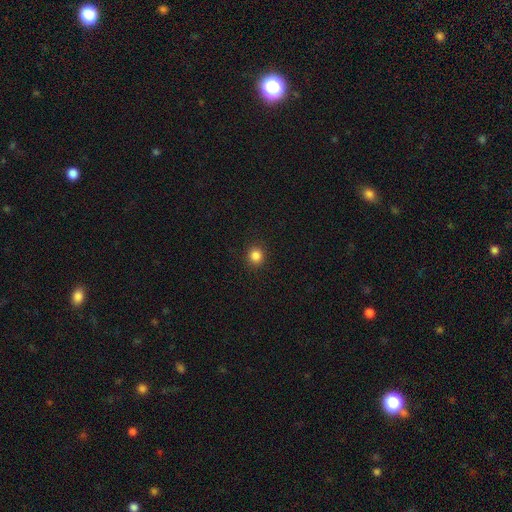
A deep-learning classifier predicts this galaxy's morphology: smooth 85%, star or artifact 12%, featured or disk 3%. Down the decision tree: how rounded — round (92%); merging — none (91%).